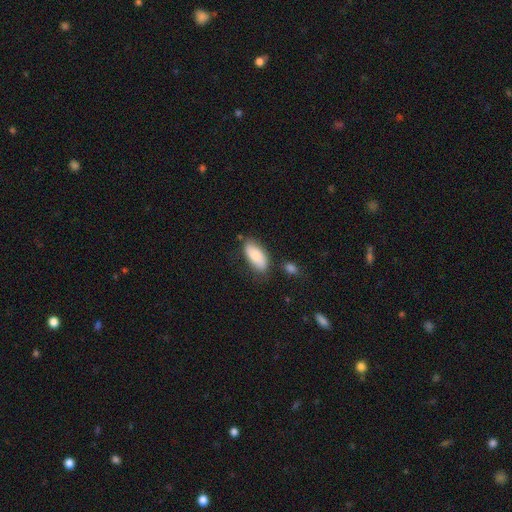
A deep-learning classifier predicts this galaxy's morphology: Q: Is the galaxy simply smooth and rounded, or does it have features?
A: smooth — 79%.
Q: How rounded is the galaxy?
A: in between — 91%.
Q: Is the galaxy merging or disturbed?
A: none — 70%.